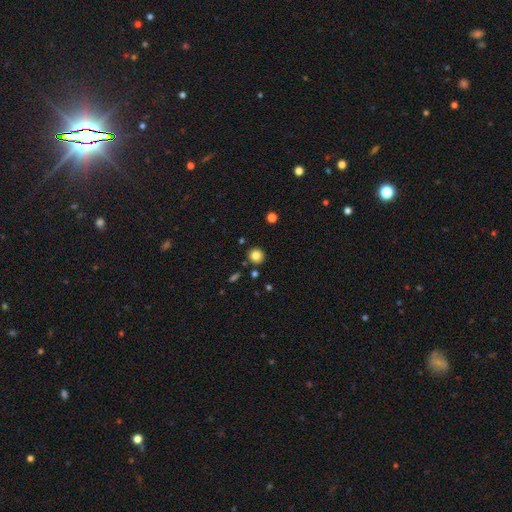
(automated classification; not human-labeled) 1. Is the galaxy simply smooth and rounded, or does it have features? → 82% smooth, 11% star or artifact, 7% featured or disk.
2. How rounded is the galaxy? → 90% round, 9% in between, 1% cigar-shaped.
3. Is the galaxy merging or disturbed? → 87% none, 7% minor disturbance, 4% merger, 2% major disturbance.